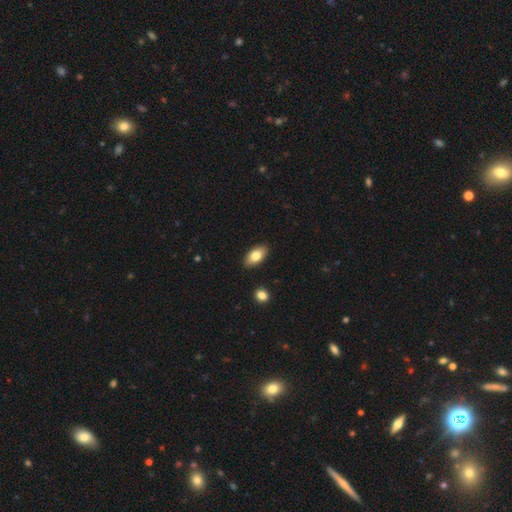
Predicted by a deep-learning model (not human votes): This appears to be a smooth galaxy with no disk features (80%) that is in between round and cigar-shaped (93%). Merging: none (89%).